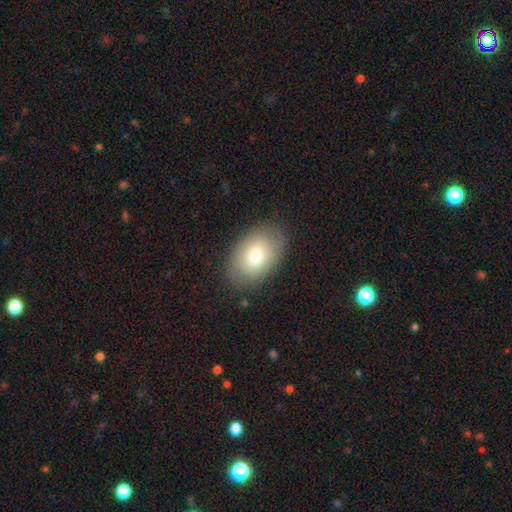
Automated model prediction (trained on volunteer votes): Morphology: type=smooth (74%); roundness=in between (84%); merging=none (83%).